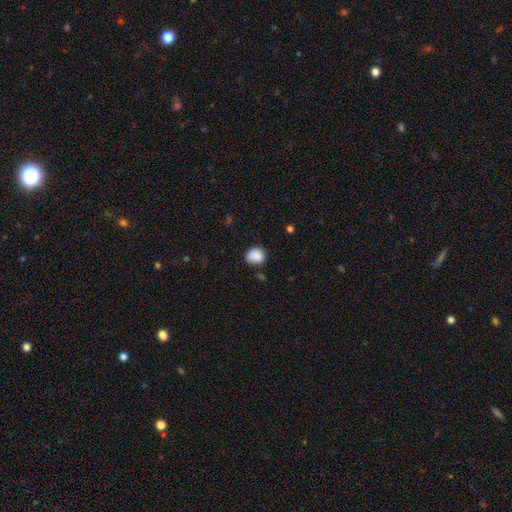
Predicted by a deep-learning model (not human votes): This is clearly a smooth galaxy (87%). How rounded: likely round (75%). Merging: likely none (68%).